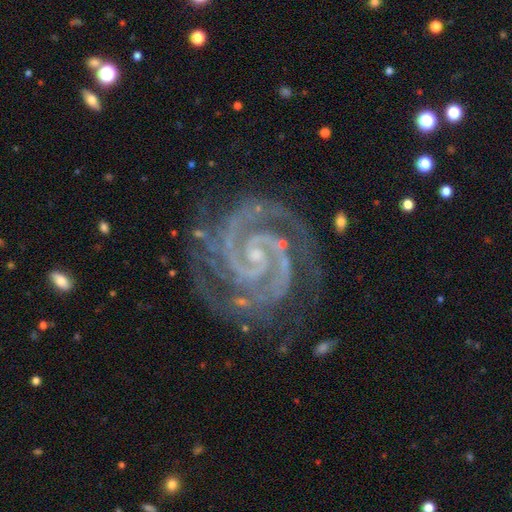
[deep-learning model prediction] smooth_or_featured: featured or disk (p=0.94) [alt: star or artifact p=0.04]
disk_edge_on: no (p=0.98) [alt: yes p=0.02]
bar: no (p=0.49) [alt: weak p=0.32]
has_spiral_arms: yes (p=0.99) [alt: no p=0.01]
spiral_winding: tight (p=0.77) [alt: medium p=0.21]
spiral_arm_count: 2 (p=0.82) [alt: 3 p=0.08]
bulge_size: small (p=0.82) [alt: moderate p=0.09]
merging: none (p=0.77) [alt: minor disturbance p=0.16]